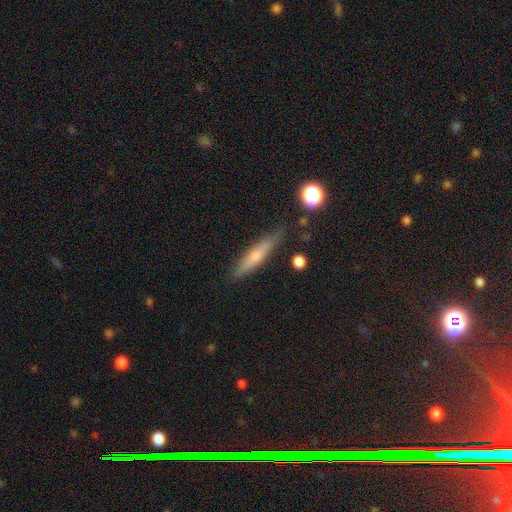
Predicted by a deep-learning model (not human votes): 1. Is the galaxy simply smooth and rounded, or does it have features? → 56% smooth, 36% featured or disk, 8% star or artifact.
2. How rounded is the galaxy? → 88% cigar-shaped, 11% in between, 2% round.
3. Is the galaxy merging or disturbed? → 81% none, 14% minor disturbance, 3% major disturbance, 2% merger.